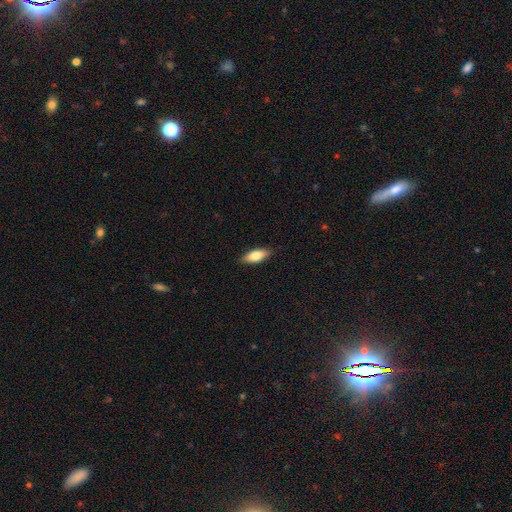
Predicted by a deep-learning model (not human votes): A smooth galaxy with no disk features (76%) that is in between round and cigar-shaped (78%). Merging: none (87%).